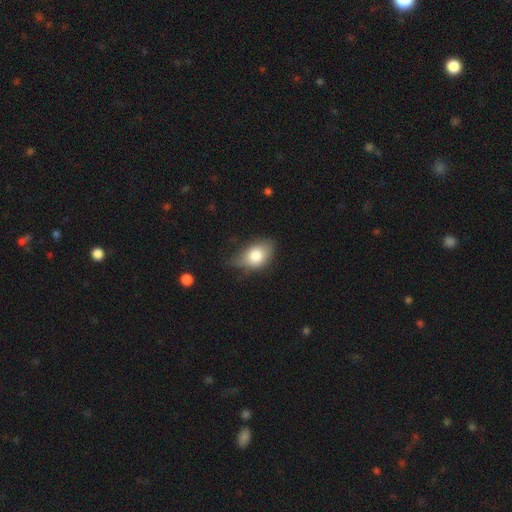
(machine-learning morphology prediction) Overall: smooth (76%). How rounded: in between (83%). Merging: none (46%; minor disturbance 40%).